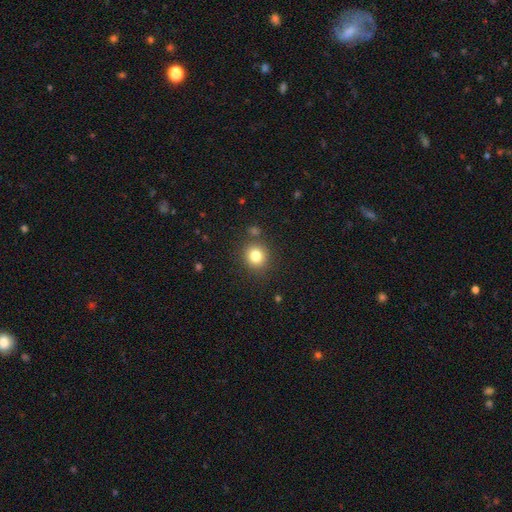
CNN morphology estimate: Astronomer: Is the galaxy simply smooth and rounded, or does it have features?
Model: smooth — 81%.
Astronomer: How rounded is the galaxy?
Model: round — 89%.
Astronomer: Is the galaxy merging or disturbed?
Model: none — 84%.